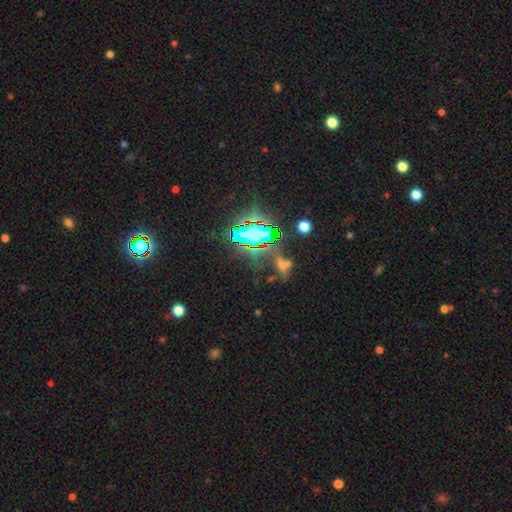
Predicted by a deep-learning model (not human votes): smooth_or_featured: star or artifact (p=0.77) [alt: smooth p=0.13]